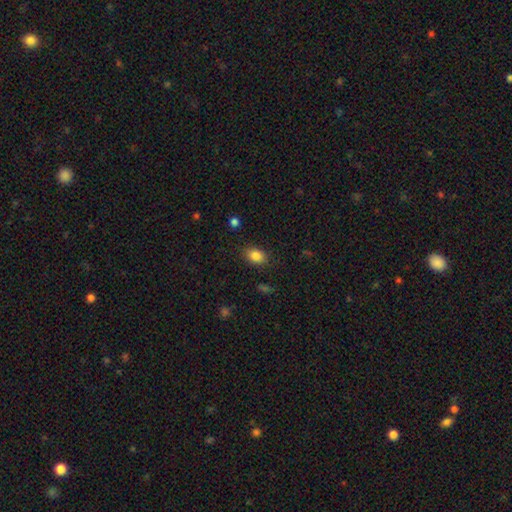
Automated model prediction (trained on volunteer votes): smooth_or_featured: smooth (p=0.85) [alt: star or artifact p=0.09]
how_rounded: in between (p=0.76) [alt: round p=0.23]
merging: none (p=0.85) [alt: minor disturbance p=0.11]